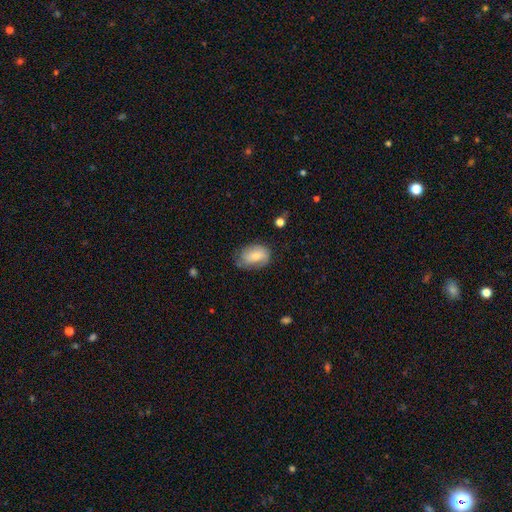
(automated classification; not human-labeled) A smooth galaxy with no disk features (60%) that is in between round and cigar-shaped (79%). Merging: none (57%).